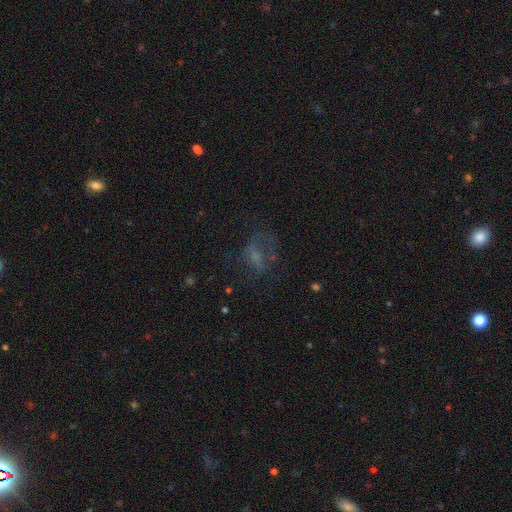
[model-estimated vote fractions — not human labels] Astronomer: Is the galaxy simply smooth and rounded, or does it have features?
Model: smooth — 41% (runner-up: featured or disk, 35%).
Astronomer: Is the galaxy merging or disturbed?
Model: none — 43% (runner-up: major disturbance, 34%).